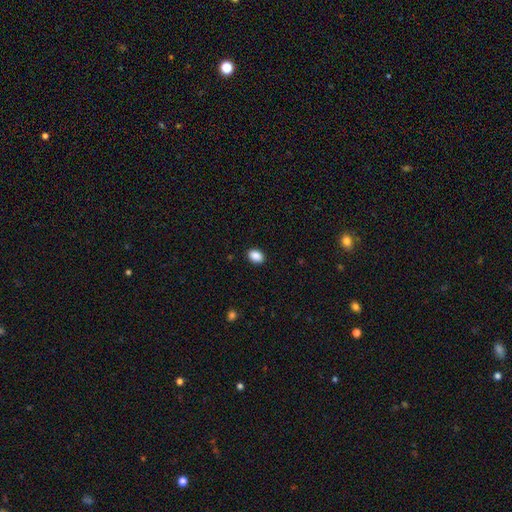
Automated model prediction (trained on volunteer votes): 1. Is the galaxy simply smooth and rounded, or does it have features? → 89% smooth, 8% star or artifact, 3% featured or disk.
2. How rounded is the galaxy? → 74% in between, 25% round, 1% cigar-shaped.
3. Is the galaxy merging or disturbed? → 91% none, 7% minor disturbance, 2% major disturbance, 1% merger.